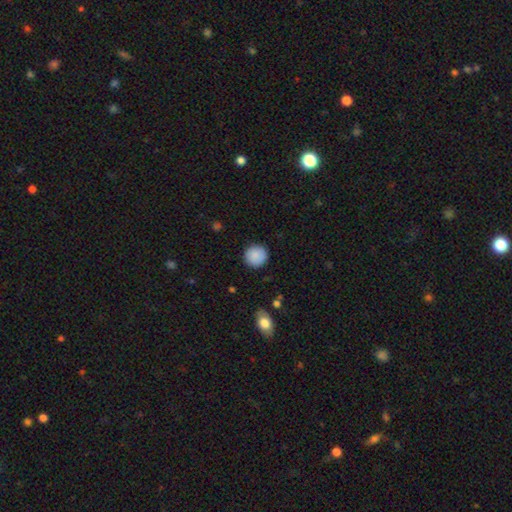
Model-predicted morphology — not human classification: smooth 89%, star or artifact 7%, featured or disk 4%. Down the decision tree: how rounded — round (94%); merging — none (90%).